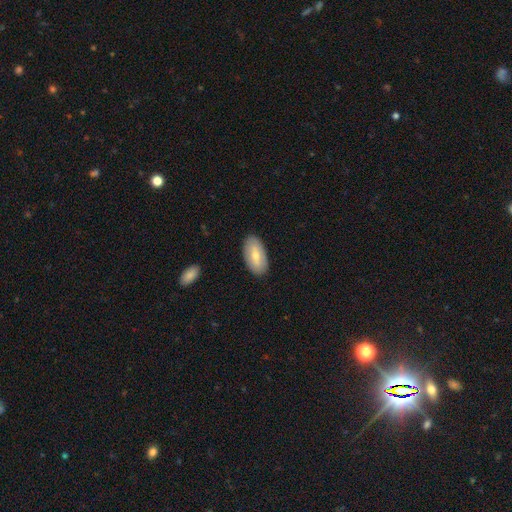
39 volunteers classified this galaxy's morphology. smooth-or-featured: smooth: 69% | featured or disk: 31% | star or artifact: 0%
  how-rounded: in between: 93% | cigar-shaped: 7% | round: 0%
  merging: none: 82% | minor disturbance: 18% | major disturbance: 0% | merger: 0%